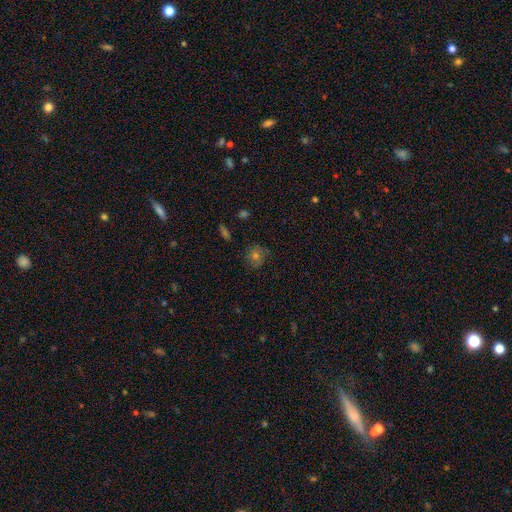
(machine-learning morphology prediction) The model was most divided on "smooth or featured": smooth: 57%, featured or disk: 23%, star or artifact: 20%. More confident: how rounded — round (88%); merging — none (80%).